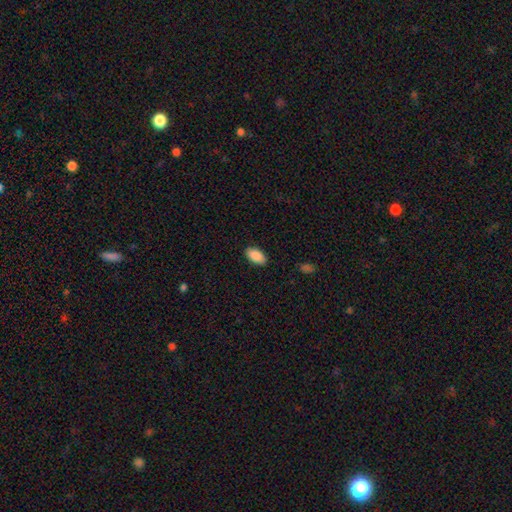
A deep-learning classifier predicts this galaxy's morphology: Smooth or featured?
  - smooth: 88% *
  - star or artifact: 7%
  - featured or disk: 5%
How rounded?
  - in between: 94% *
  - round: 3%
  - cigar-shaped: 3%
Merging?
  - none: 88% *
  - minor disturbance: 9%
  - major disturbance: 2%
  - merger: 1%